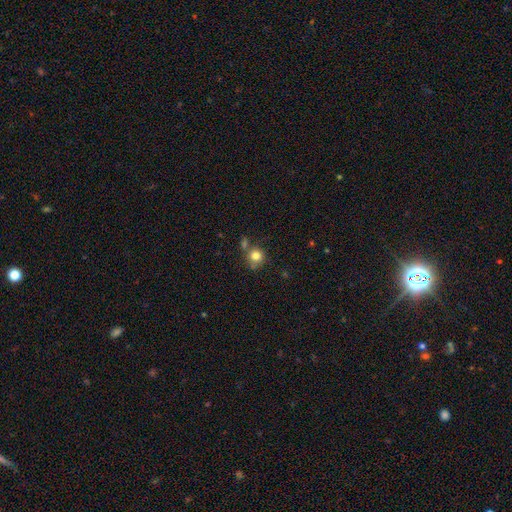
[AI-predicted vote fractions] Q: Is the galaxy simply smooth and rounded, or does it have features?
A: smooth — 80%.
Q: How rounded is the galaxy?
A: round — 89%.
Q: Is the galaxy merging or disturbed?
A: none — 62%.